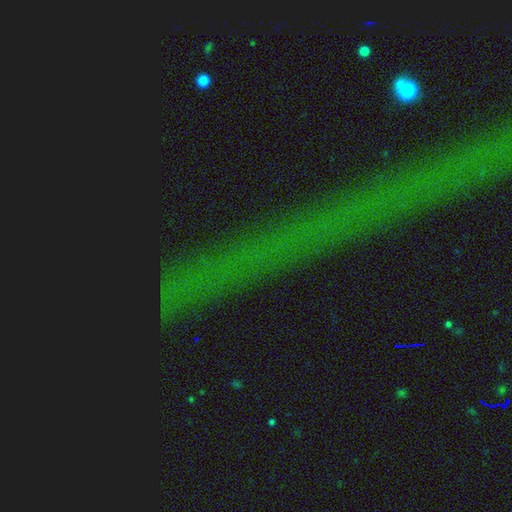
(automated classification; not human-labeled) The model was most divided on "smooth or featured": star or artifact: 80%, smooth: 10%, featured or disk: 10%.